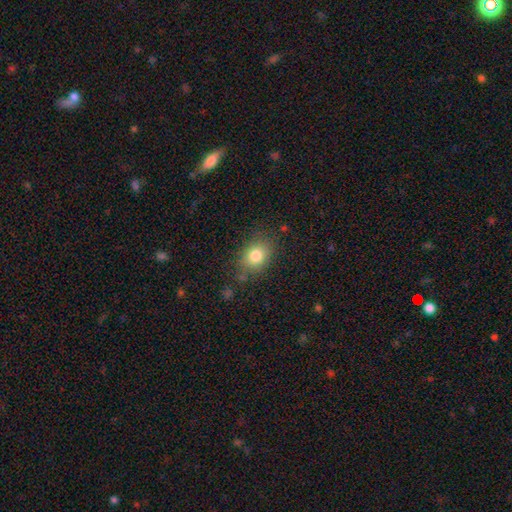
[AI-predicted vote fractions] smooth_or_featured: smooth (p=0.81) [alt: star or artifact p=0.10]
how_rounded: in between (p=0.62) [alt: round p=0.36]
merging: none (p=0.78) [alt: minor disturbance p=0.15]